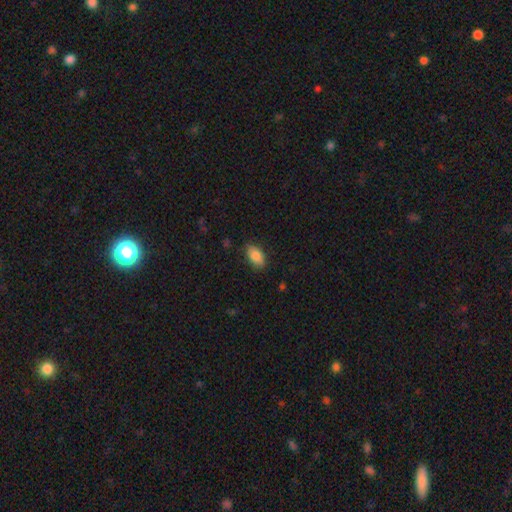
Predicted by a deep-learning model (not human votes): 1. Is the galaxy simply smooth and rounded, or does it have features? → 85% smooth, 7% featured or disk, 7% star or artifact.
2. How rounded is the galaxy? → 92% in between, 6% round, 3% cigar-shaped.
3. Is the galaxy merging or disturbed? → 83% none, 13% minor disturbance, 3% major disturbance, 1% merger.